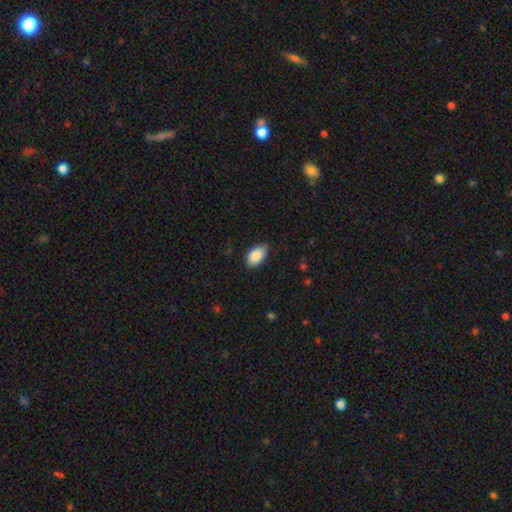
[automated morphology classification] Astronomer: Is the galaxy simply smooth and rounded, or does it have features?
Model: smooth — 87%.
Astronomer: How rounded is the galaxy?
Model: in between — 94%.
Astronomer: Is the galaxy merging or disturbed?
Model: none — 80%.